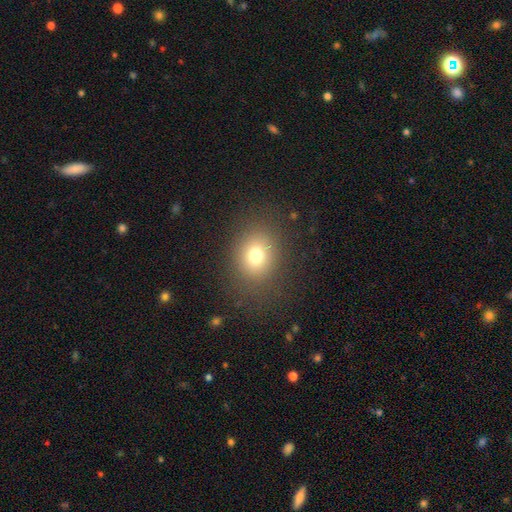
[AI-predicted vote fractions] Smooth or featured: smooth — 74% (star or artifact — 15%)
How rounded: round — 55% (in between — 44%)
Merging: none — 83% (minor disturbance — 9%)